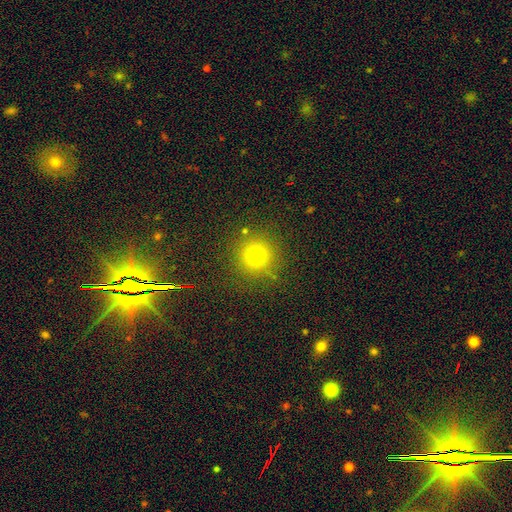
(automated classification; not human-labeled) smooth_or_featured: smooth (p=0.72) [alt: star or artifact p=0.20]
how_rounded: round (p=0.95) [alt: in between p=0.04]
merging: none (p=0.87) [alt: minor disturbance p=0.08]